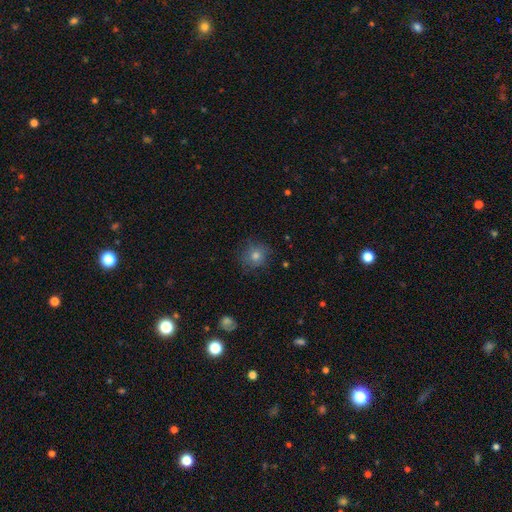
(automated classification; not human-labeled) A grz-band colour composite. It shows a smooth galaxy with no disk features (68%) that is round (89%). Merging: none (82%).